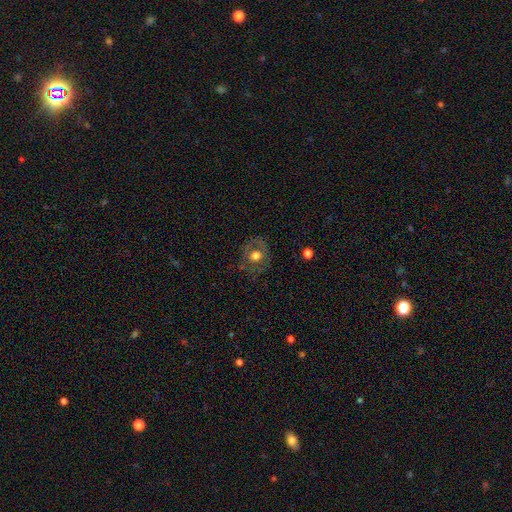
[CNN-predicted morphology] Overall: smooth (51%; featured or disk 39%). How rounded: round (80%). Merging: none (72%).